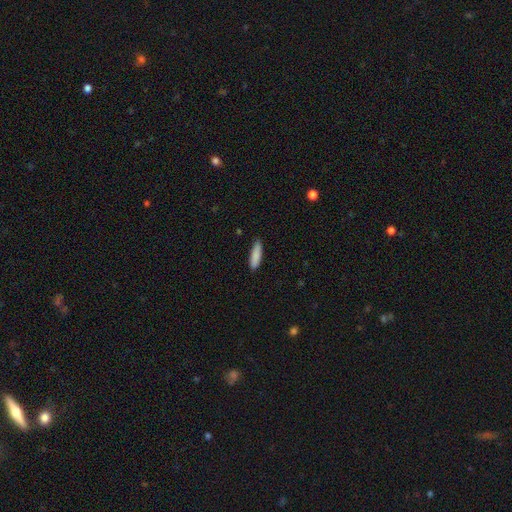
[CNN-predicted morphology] This appears to be a smooth galaxy with no disk features (87%) that is cigar-shaped (63%). Merging: none (87%).